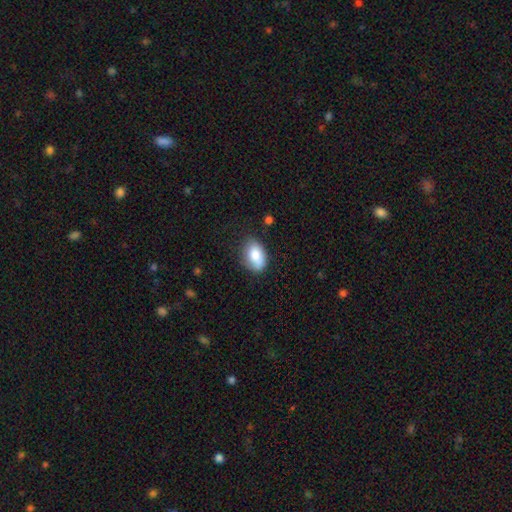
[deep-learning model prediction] Smooth or featured? smooth (81%)
How rounded? in between (86%)
Merging? none (70%)